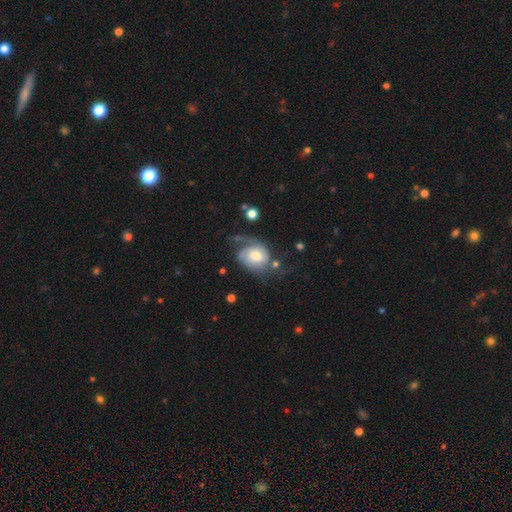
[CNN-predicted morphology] This appears to be a featured or disk galaxy (69%) with no bar (66%), 2 (53%) medium (38%) spiral arms (90%) and a moderate central bulge (65%). Merging: none (40%).